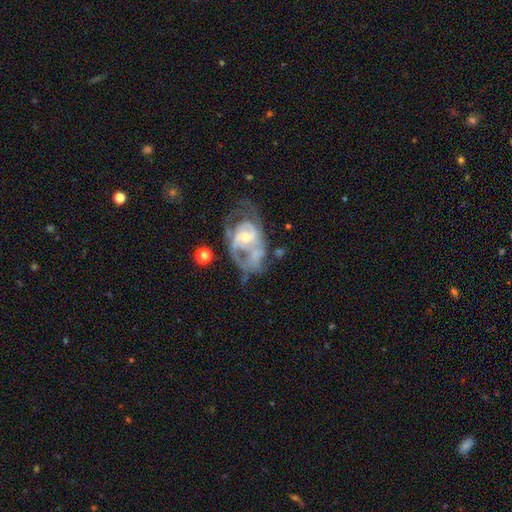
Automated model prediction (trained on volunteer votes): Overall: featured or disk (80%). Edge-on disk: no (97%). Bar: no (60%; weak 32%). Spiral arms: yes (75%). Spiral arm count: 2 (43%; can't tell 30%). Spiral winding: medium (43%; tight 32%). Bulge size: small (47%; moderate 46%). Merging: major disturbance (41%; none 27%).